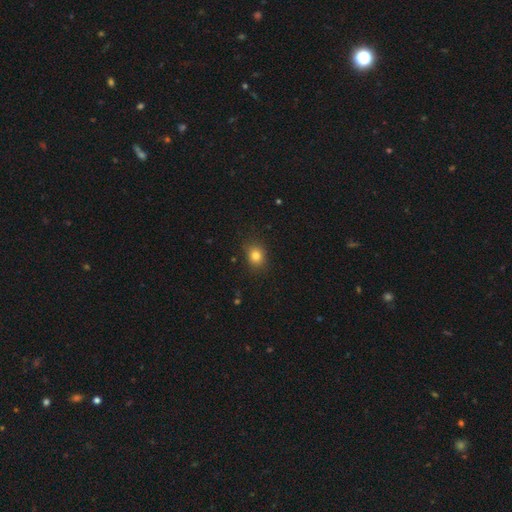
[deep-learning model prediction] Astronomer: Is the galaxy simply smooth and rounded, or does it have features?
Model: smooth — 82%.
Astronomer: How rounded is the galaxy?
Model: round — 58% (runner-up: in between, 41%).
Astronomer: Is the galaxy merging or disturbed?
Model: none — 86%.